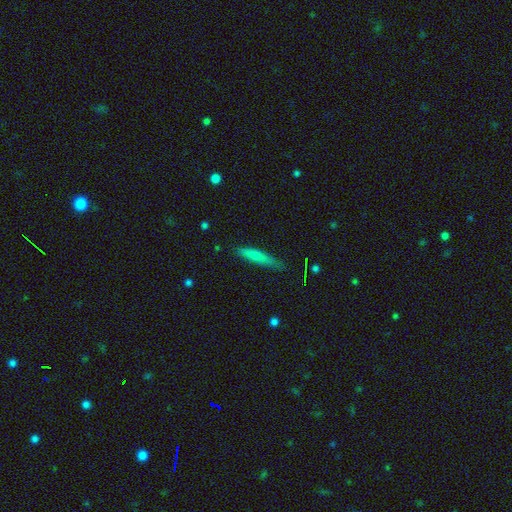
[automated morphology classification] This appears to be a smooth galaxy with no disk features (70%) that is cigar-shaped (89%). Merging: none (76%).